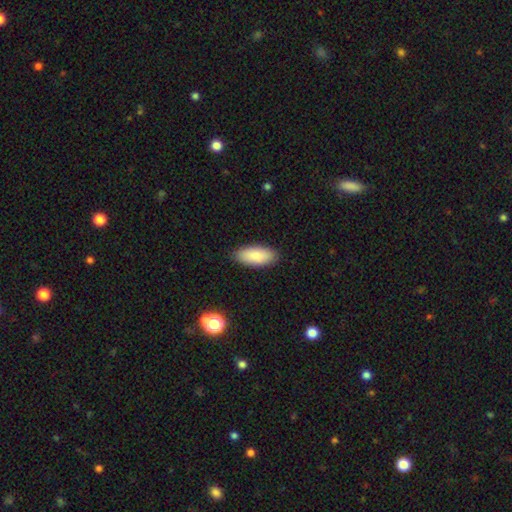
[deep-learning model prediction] The model was most divided on "how rounded": in between: 86%, cigar-shaped: 13%, round: 2%. More confident: merging — none (88%); smooth or featured — smooth (87%).